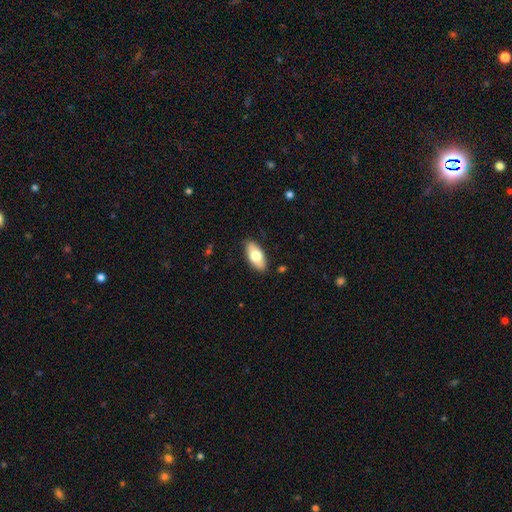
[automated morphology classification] Smooth or featured? Predicted: smooth (p=0.72). How rounded? Predicted: in between (p=0.88). Merging? Predicted: none (p=0.88).